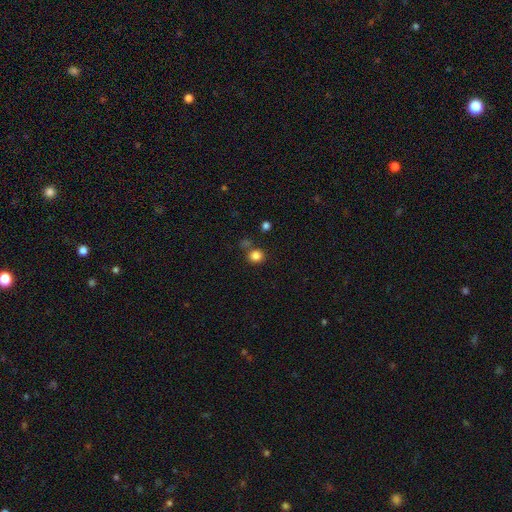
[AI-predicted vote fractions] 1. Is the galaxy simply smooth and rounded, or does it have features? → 83% smooth, 12% star or artifact, 4% featured or disk.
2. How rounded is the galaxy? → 83% round, 16% in between, 1% cigar-shaped.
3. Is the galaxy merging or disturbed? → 76% none, 11% merger, 10% minor disturbance, 4% major disturbance.